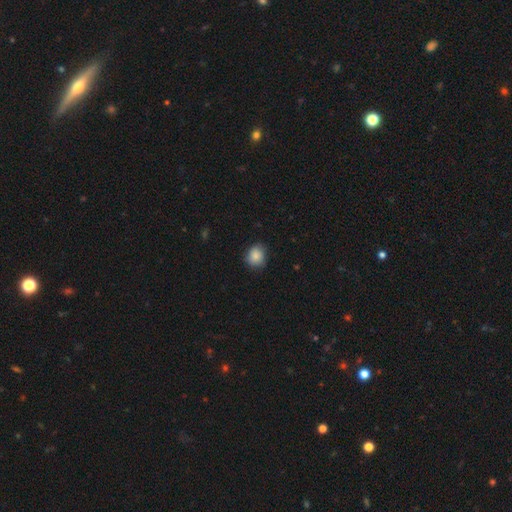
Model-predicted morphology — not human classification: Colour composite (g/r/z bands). It shows a smooth galaxy with no disk features (87%) that is round (75%). Merging: none (77%).